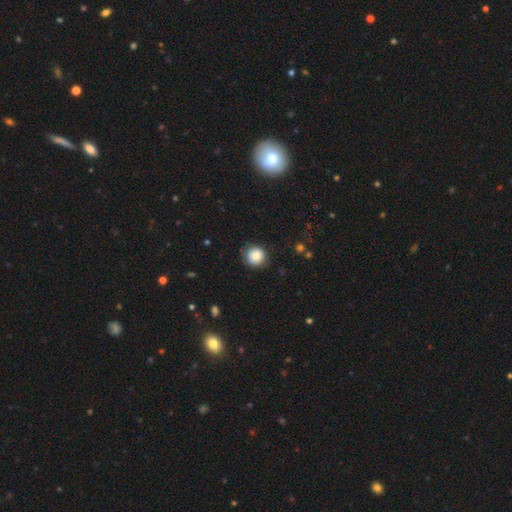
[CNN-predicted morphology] smooth-or-featured: smooth: 80% | featured or disk: 11% | star or artifact: 9%
  how-rounded: round: 92% | in between: 7% | cigar-shaped: 1%
  merging: none: 80% | minor disturbance: 15% | major disturbance: 4% | merger: 1%